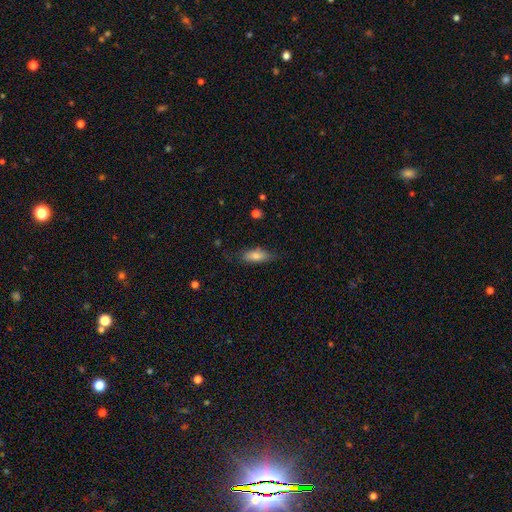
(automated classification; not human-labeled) smooth 77%, featured or disk 16%, star or artifact 7%. Down the decision tree: how rounded — in between (70%); merging — none (74%).